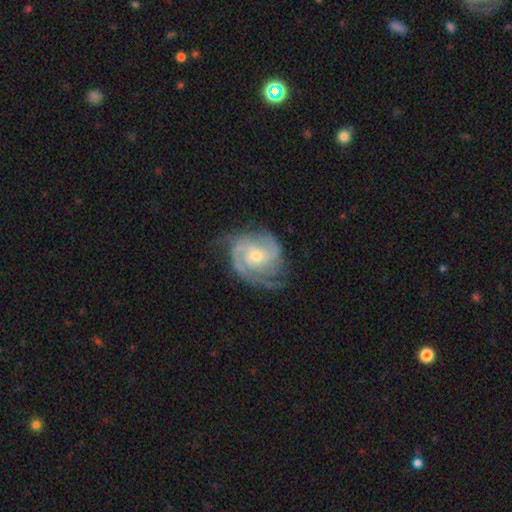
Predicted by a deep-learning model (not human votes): A featured or disk galaxy (90%) with no bar (67%), 3 (37%) tight (59%) spiral arms (98%) and a moderate central bulge (48%, tied with small). Merging: none (69%).